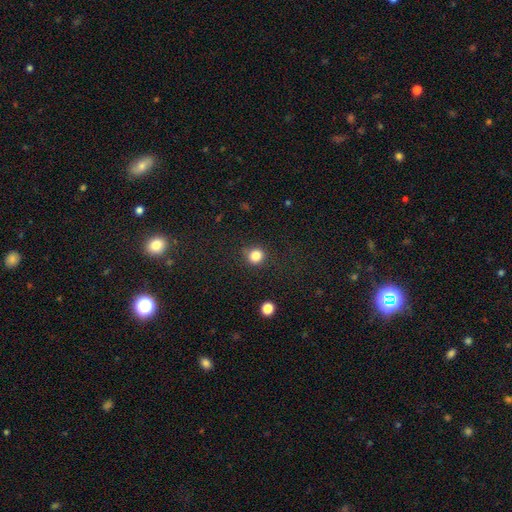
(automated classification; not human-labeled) smooth 84%, star or artifact 12%, featured or disk 5%. Down the decision tree: how rounded — round (88%); merging — none (83%).